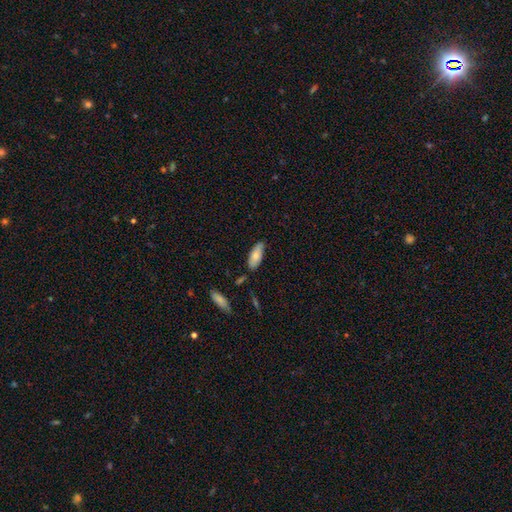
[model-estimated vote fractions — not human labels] smooth_or_featured: smooth (p=0.78) [alt: featured or disk p=0.16]
how_rounded: in between (p=0.77) [alt: cigar-shaped p=0.21]
merging: none (p=0.68) [alt: minor disturbance p=0.25]